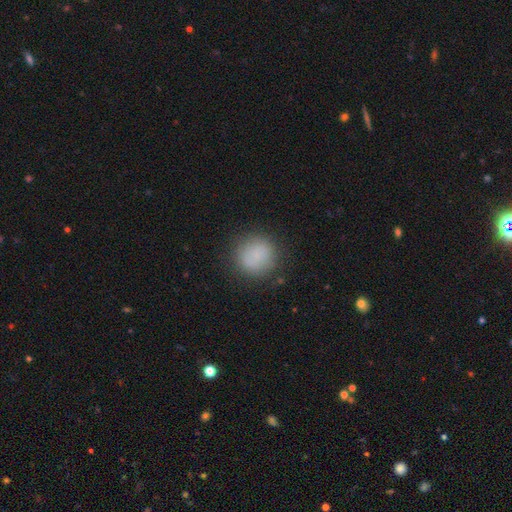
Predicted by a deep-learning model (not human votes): A smooth galaxy with no disk features (81%) that is round (92%). Merging: none (84%).